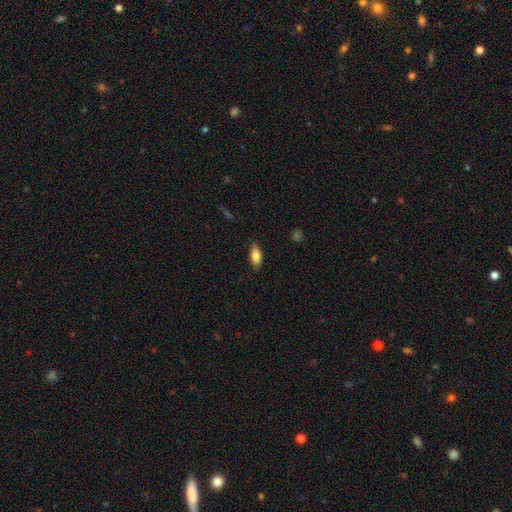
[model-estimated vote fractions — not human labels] This appears to be a smooth galaxy with no disk features (83%) that is in between round and cigar-shaped (85%). Merging: none (84%).